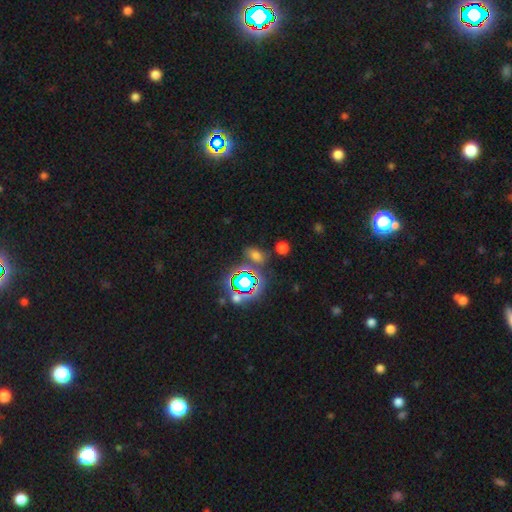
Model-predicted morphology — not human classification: A smooth galaxy with no disk features (56%) that is in between round and cigar-shaped (72%).

Vote fractions:
- Smooth or featured? smooth: 56% / star or artifact: 35% / featured or disk: 9%
- How rounded? in between: 72% / round: 24% / cigar-shaped: 3%
- Merging? none: 72% / minor disturbance: 12% / merger: 10% / major disturbance: 5%